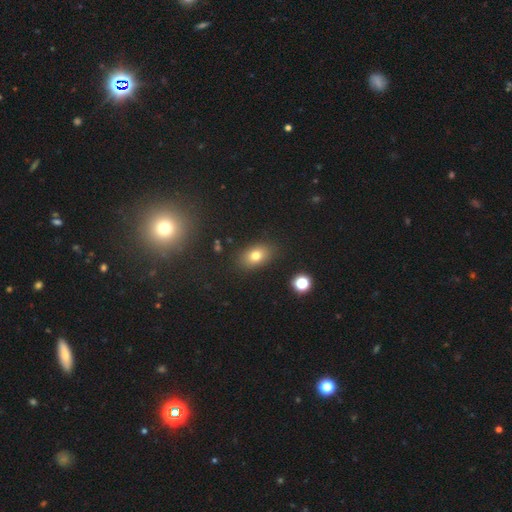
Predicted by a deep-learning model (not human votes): Morphology: type=smooth (76%); roundness=in between (78%); merging=none (85%).